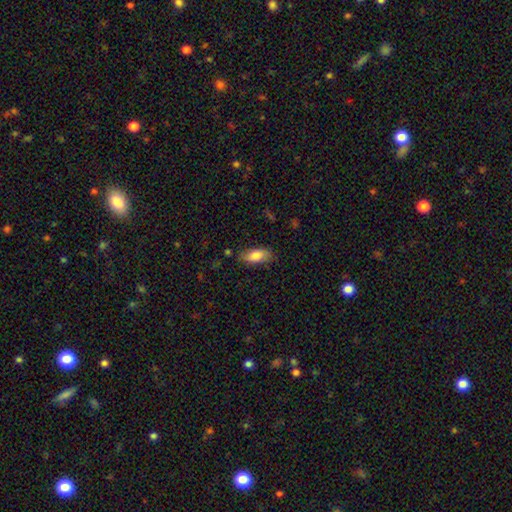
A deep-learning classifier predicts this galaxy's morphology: A smooth galaxy with no disk features (82%) that is in between round and cigar-shaped (86%).

Vote fractions:
- Smooth or featured? smooth: 82% / featured or disk: 12% / star or artifact: 7%
- How rounded? in between: 86% / cigar-shaped: 12% / round: 3%
- Merging? none: 79% / minor disturbance: 16% / major disturbance: 4% / merger: 2%